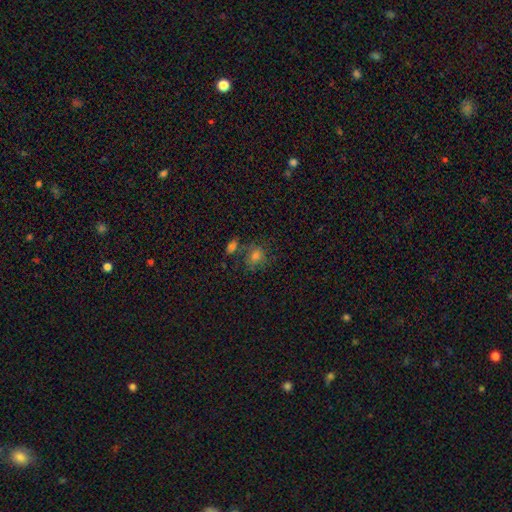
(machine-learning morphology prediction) smooth_or_featured: smooth (p=0.62) [alt: star or artifact p=0.21]
how_rounded: round (p=0.71) [alt: in between p=0.28]
merging: none (p=0.64) [alt: merger p=0.15]